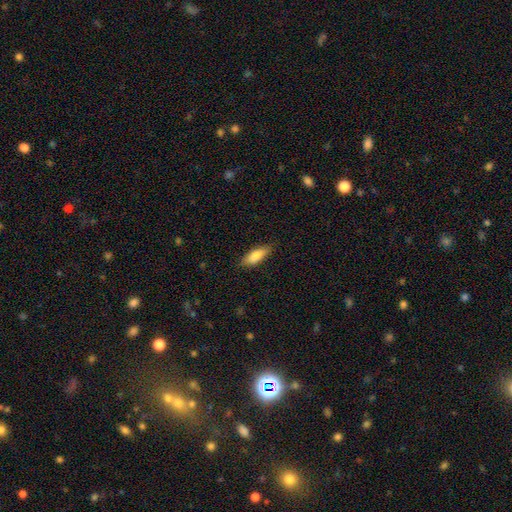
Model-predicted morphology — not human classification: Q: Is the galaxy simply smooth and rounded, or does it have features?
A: smooth — 80%.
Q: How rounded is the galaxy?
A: in between — 63%.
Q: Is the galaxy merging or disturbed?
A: none — 84%.